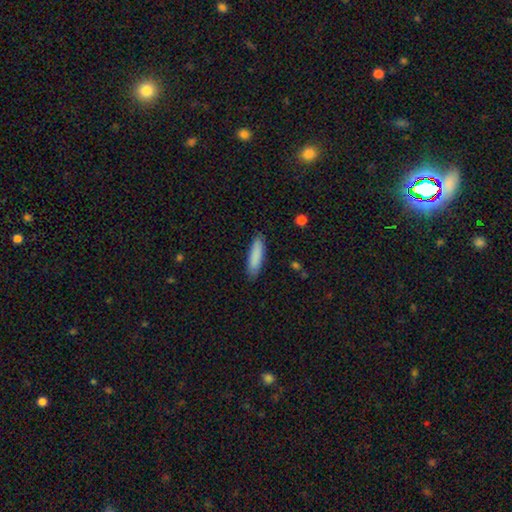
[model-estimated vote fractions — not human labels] This appears to be a smooth galaxy with no disk features (86%) that is cigar-shaped (69%). Merging: none (87%).